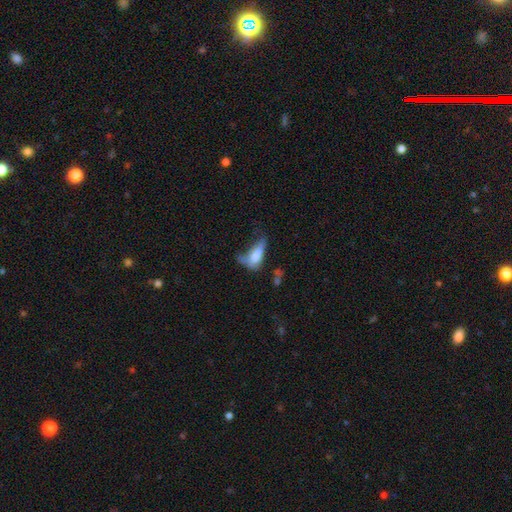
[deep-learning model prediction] This appears to be a smooth galaxy with no disk features (62%) that is in between round and cigar-shaped (75%). Merging: major disturbance (43%).